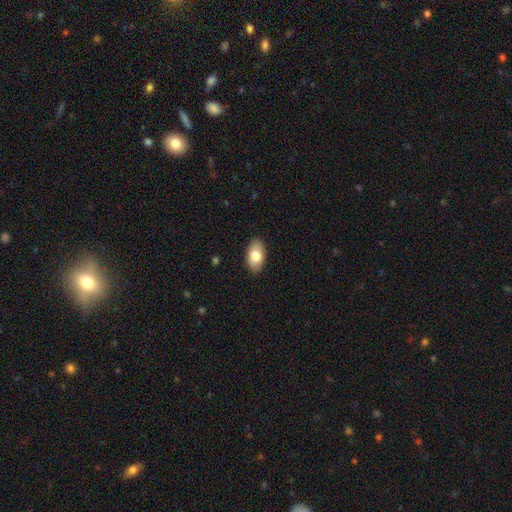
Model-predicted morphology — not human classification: A smooth galaxy with no disk features (79%) that is in between round and cigar-shaped (94%). Merging: none (88%).